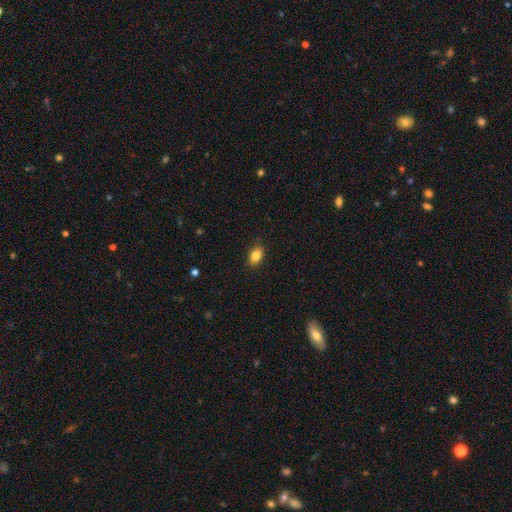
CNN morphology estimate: Smooth or featured?
  - smooth: 86% *
  - star or artifact: 9%
  - featured or disk: 5%
How rounded?
  - in between: 83% *
  - round: 16%
  - cigar-shaped: 2%
Merging?
  - none: 86% *
  - minor disturbance: 10%
  - major disturbance: 2%
  - merger: 1%